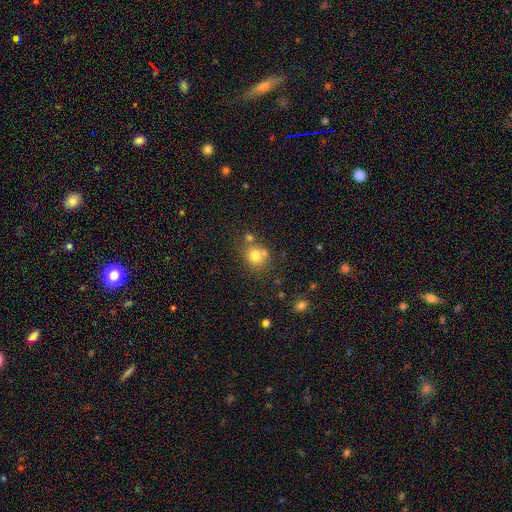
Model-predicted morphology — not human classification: smooth 76%, star or artifact 13%, featured or disk 11%. Down the decision tree: how rounded — round (79%); merging — none (62%).